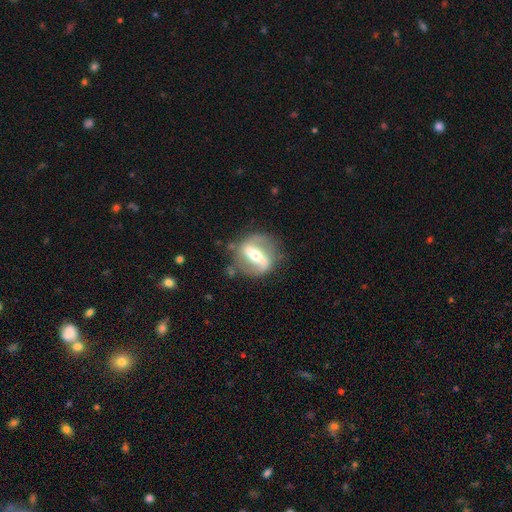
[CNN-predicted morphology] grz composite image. It shows a featured or disk galaxy (82%) with a strong bar (71%), 2 (87%) loose (49%) spiral arms (76%) and a moderate central bulge (61%). Merging: none (77%).